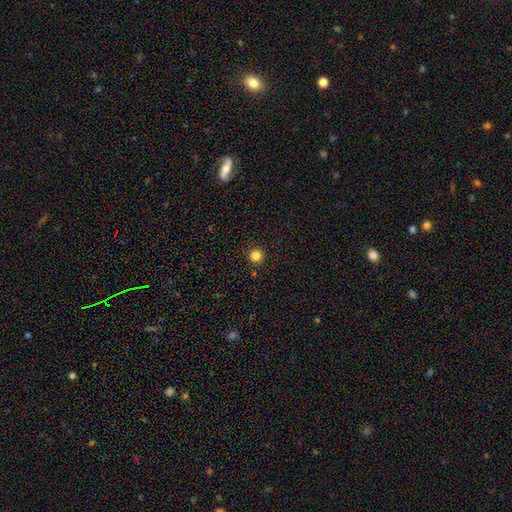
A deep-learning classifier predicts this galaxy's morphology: A smooth galaxy with no disk features (83%) that is round (96%).

Vote fractions:
- Smooth or featured? smooth: 83% / star or artifact: 13% / featured or disk: 4%
- How rounded? round: 96% / in between: 3% / cigar-shaped: 1%
- Merging? none: 92% / minor disturbance: 5% / major disturbance: 2% / merger: 2%